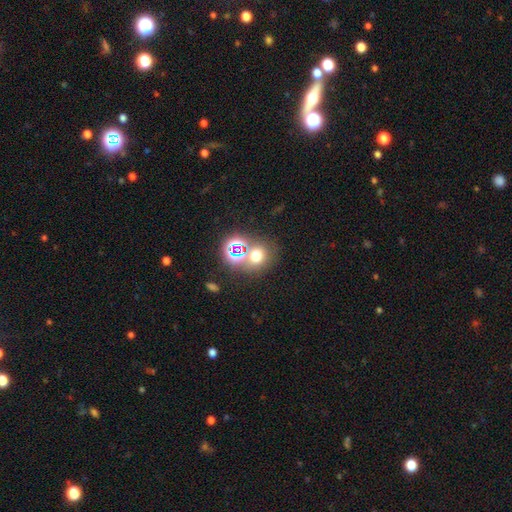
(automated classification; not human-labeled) This appears to be a smooth galaxy with no disk features (58%) that is round (75%). Merging: none (61%).